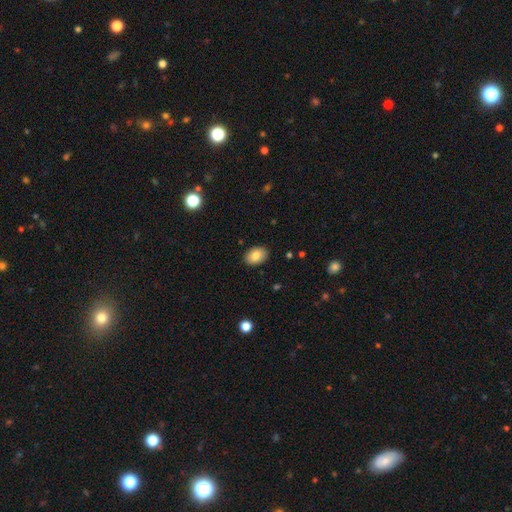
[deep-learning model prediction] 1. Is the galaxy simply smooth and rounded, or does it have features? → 84% smooth, 9% featured or disk, 8% star or artifact.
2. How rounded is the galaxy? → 80% in between, 19% round, 1% cigar-shaped.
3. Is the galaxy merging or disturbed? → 89% none, 8% minor disturbance, 2% major disturbance, 1% merger.